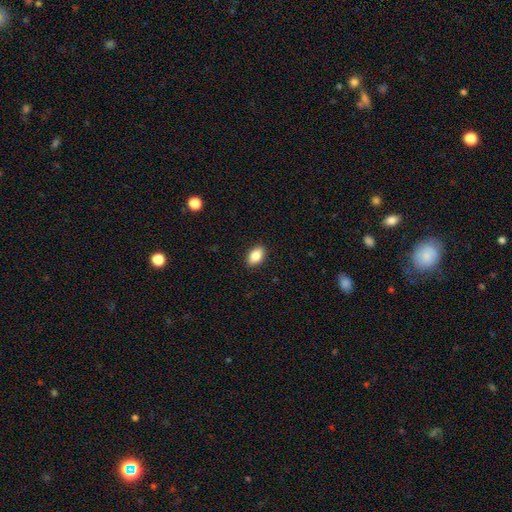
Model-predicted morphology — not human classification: Q: Smooth or featured?
A: smooth (85%); runner-up: star or artifact (8%)
Q: How rounded?
A: in between (89%); runner-up: round (9%)
Q: Merging?
A: none (90%); runner-up: minor disturbance (7%)